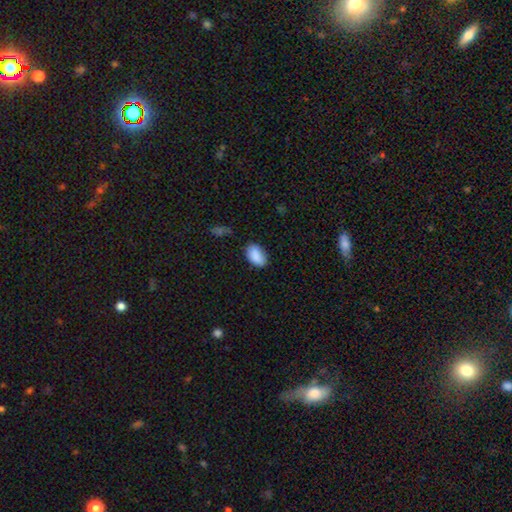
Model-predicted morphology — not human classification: Smooth or featured: smooth — 88% (star or artifact — 7%)
How rounded: in between — 92% (round — 7%)
Merging: none — 75% (minor disturbance — 19%)